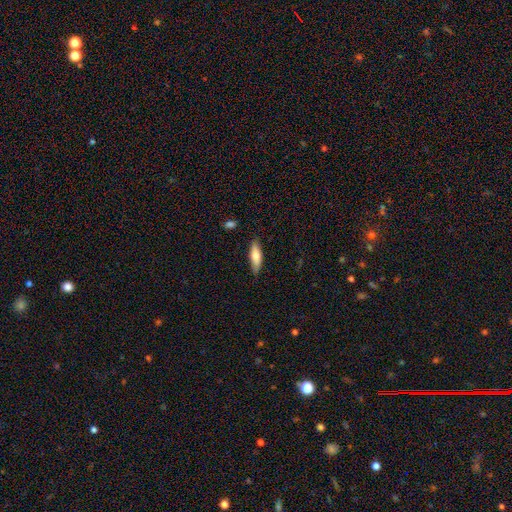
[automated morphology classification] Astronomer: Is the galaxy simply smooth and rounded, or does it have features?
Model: smooth — 70%.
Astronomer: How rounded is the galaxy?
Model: cigar-shaped — 51% (runner-up: in between, 47%).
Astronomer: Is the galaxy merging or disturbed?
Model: none — 81%.